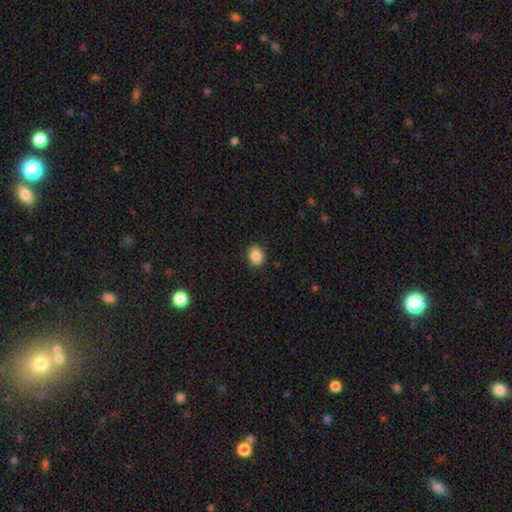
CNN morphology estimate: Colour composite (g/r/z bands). It shows a smooth galaxy with no disk features (86%) that is round (63%). Merging: none (89%).